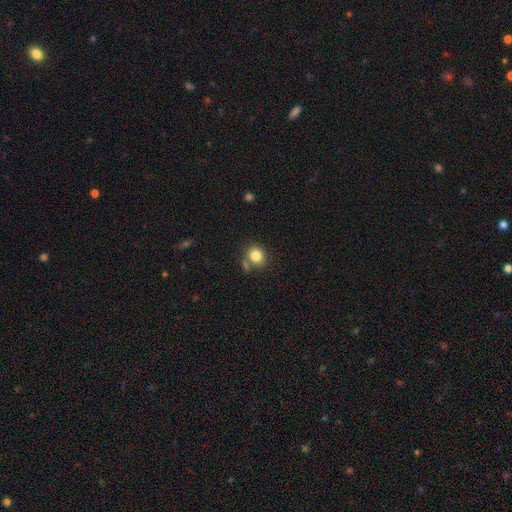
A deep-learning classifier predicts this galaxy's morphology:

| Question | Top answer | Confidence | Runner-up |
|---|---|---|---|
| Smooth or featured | smooth | 83% | star or artifact (10%) |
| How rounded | round | 70% | in between (29%) |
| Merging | none | 68% | merger (15%) |